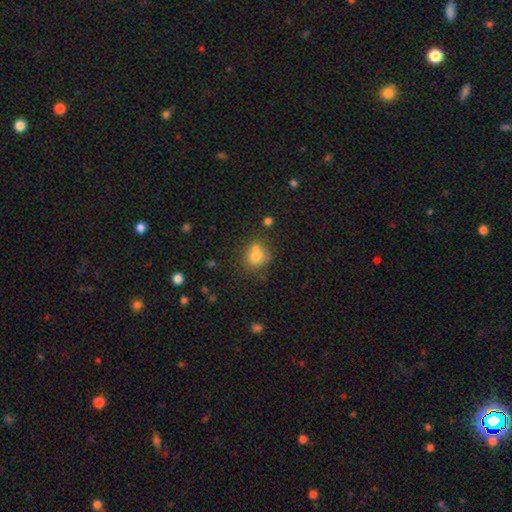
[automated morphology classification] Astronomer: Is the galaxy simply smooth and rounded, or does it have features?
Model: smooth — 72%.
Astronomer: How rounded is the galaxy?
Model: round — 76%.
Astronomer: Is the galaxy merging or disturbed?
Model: none — 46% (runner-up: merger, 38%).